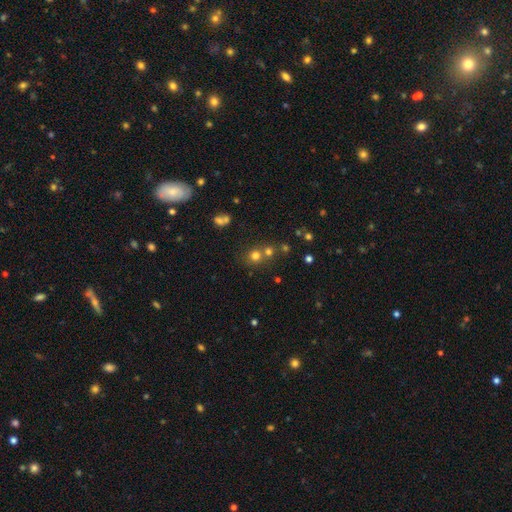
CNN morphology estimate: smooth 69%, star or artifact 21%, featured or disk 10%. Down the decision tree: how rounded — round (87%); merging — none (56%).